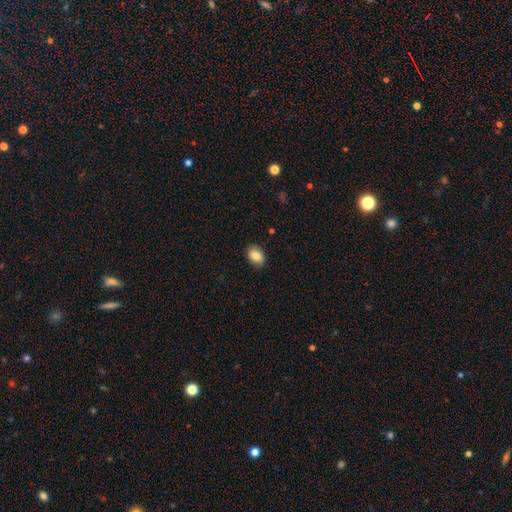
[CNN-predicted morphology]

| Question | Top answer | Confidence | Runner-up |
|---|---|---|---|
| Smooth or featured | smooth | 84% | star or artifact (8%) |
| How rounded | in between | 78% | round (20%) |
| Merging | none | 85% | minor disturbance (11%) |